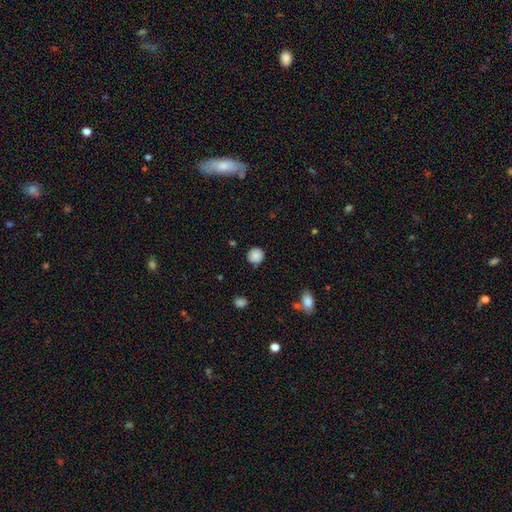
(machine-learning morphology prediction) Smooth or featured? Predicted: smooth (p=0.86). How rounded? Predicted: round (p=0.91). Merging? Predicted: none (p=0.82).